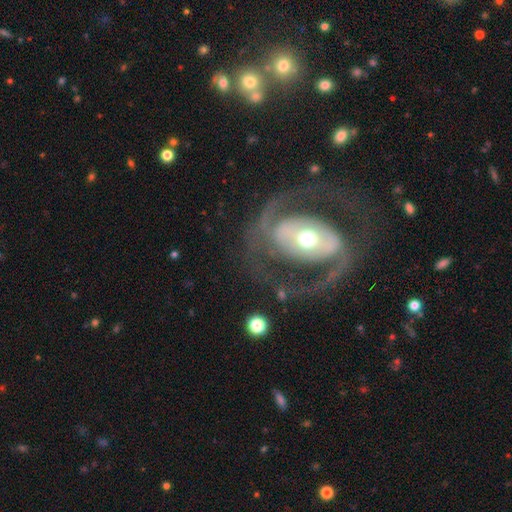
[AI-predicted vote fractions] This appears to be a featured or disk galaxy (85%) with a strong bar (37%), 2 (88%) medium (51%) spiral arms (82%) and a moderate central bulge (65%). Merging: none (72%).